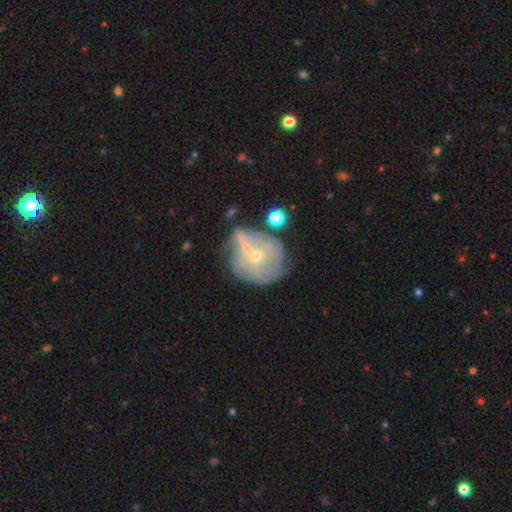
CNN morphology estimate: This is possibly a featured or disk galaxy (60%). It is clearly not viewed edge-on (95%). Bar: likely no (68%). Spiral arm pattern: possibly no (54%). Central bulge: likely small (71%). Merging: marginally none (42%).